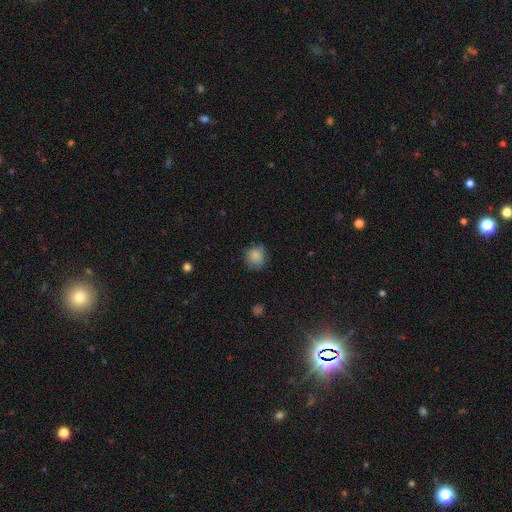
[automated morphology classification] smooth_or_featured: smooth (p=0.84) [alt: star or artifact p=0.09]
how_rounded: round (p=0.84) [alt: in between p=0.15]
merging: none (p=0.74) [alt: minor disturbance p=0.21]